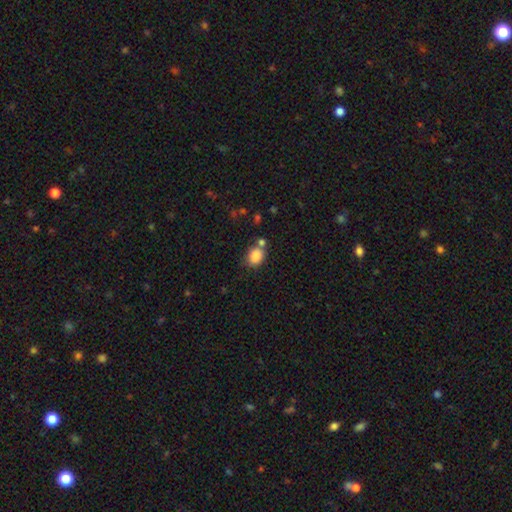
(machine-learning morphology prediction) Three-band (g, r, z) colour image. It shows a smooth galaxy with no disk features (85%) that is in between round and cigar-shaped (50%). Merging: none (63%).